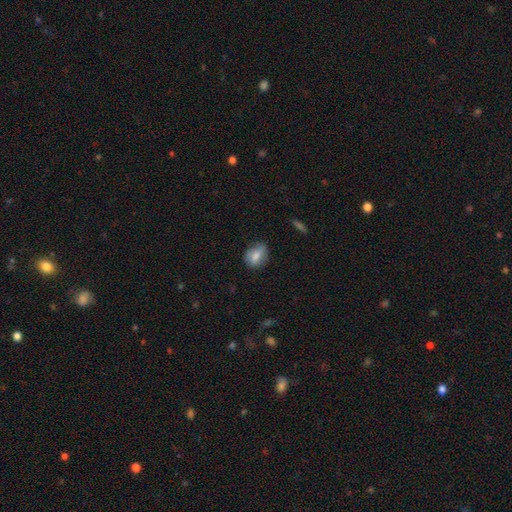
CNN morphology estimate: Smooth or featured? Predicted: smooth (p=0.76). How rounded? Predicted: in between (p=0.59). Merging? Predicted: none (p=0.69).